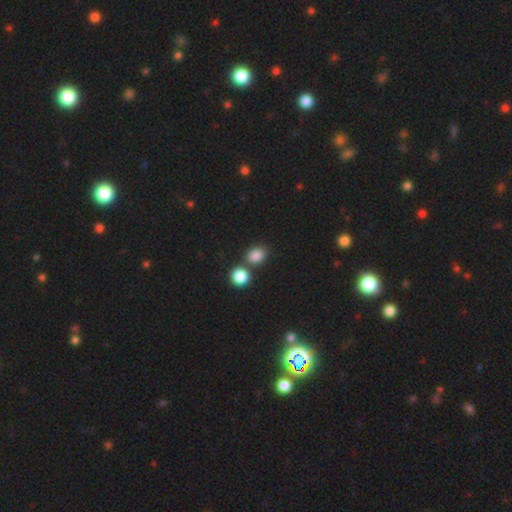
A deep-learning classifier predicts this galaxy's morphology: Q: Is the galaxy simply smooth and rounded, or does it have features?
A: smooth — 84%.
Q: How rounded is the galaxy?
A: in between — 52%.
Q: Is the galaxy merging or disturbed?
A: none — 62%.